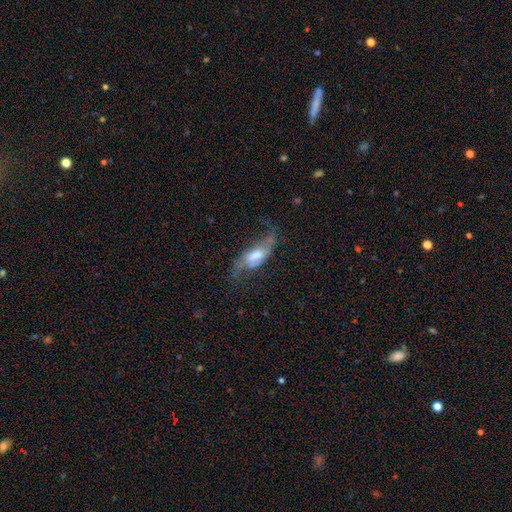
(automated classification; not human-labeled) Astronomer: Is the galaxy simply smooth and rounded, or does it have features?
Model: featured or disk — 65%.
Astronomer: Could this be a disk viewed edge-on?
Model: no — 86%.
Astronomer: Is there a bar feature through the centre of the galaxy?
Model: weak — 45% (runner-up: no, 37%).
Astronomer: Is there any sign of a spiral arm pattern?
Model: yes — 85%.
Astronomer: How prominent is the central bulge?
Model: moderate — 52%.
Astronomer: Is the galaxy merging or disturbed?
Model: none — 45% (runner-up: major disturbance, 26%).